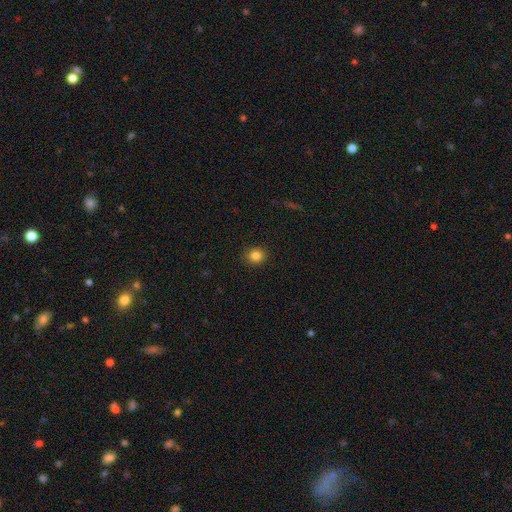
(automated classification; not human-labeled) smooth-or-featured: smooth: 84% | star or artifact: 11% | featured or disk: 5%
  how-rounded: round: 80% | in between: 19% | cigar-shaped: 1%
  merging: none: 90% | minor disturbance: 7% | major disturbance: 2% | merger: 1%